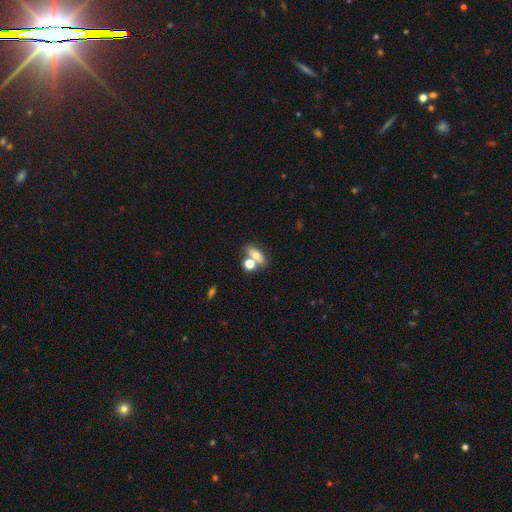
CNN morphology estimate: Overall: smooth (64%; featured or disk 25%). How rounded: in between (68%). Merging: none (44%; merger 40%).